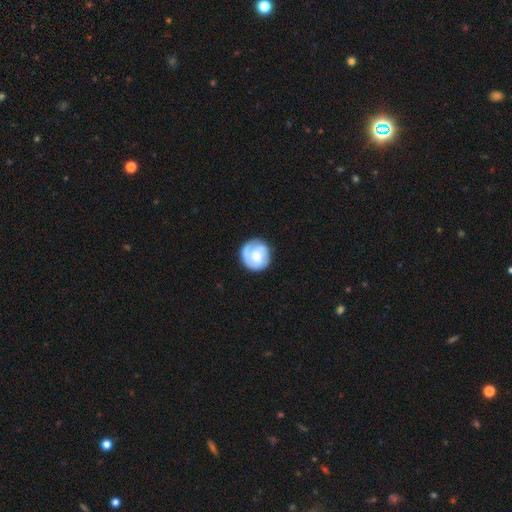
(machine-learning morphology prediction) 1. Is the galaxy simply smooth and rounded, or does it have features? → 51% featured or disk, 43% smooth, 6% star or artifact.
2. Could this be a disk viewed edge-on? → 98% no, 2% yes.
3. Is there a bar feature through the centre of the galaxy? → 66% no, 29% weak, 5% strong.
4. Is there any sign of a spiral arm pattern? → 85% yes, 15% no.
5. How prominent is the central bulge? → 39% small, 36% moderate, 14% none, 9% large, 2% dominant.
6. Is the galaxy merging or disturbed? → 77% none, 16% minor disturbance, 6% major disturbance, 2% merger.